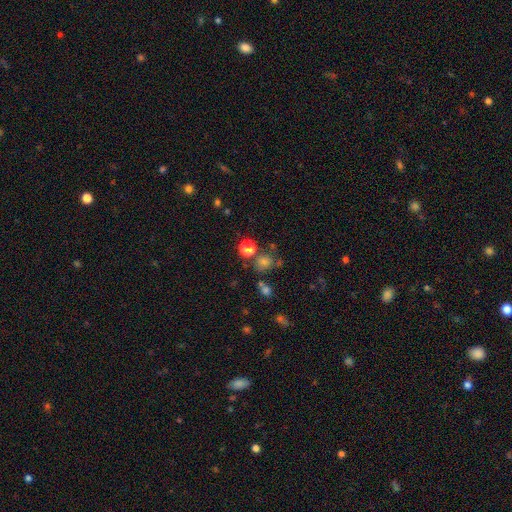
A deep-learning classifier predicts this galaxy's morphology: smooth-or-featured: star or artifact: 45% | smooth: 39% | featured or disk: 16%